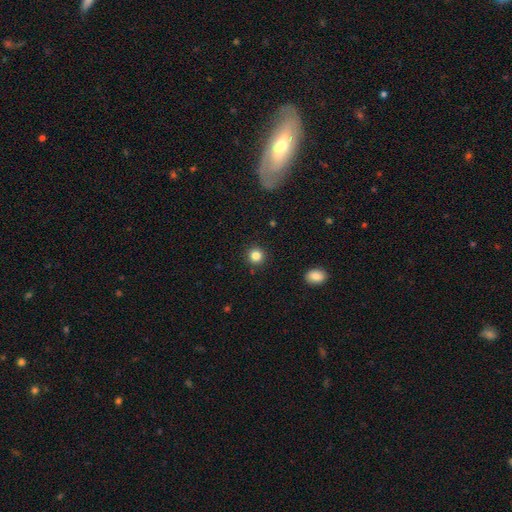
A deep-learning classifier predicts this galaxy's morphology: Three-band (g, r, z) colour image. It shows a smooth galaxy with no disk features (84%) that is round (94%). Merging: none (92%).